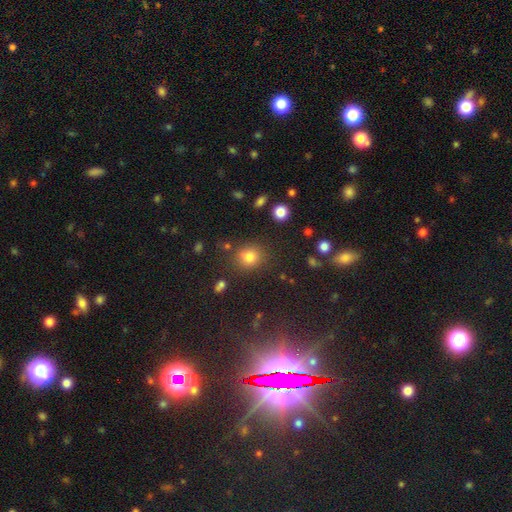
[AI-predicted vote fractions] A smooth galaxy with no disk features (46%). Merging: none (86%).